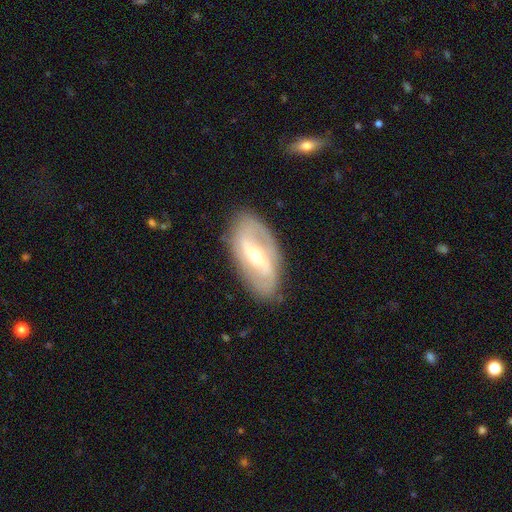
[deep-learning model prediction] Overall: featured or disk (74%). Edge-on disk: no (90%). Bar: strong (47%; weak 36%). Spiral arms: yes (74%). Bulge size: moderate (51%; small 45%). Merging: none (84%).